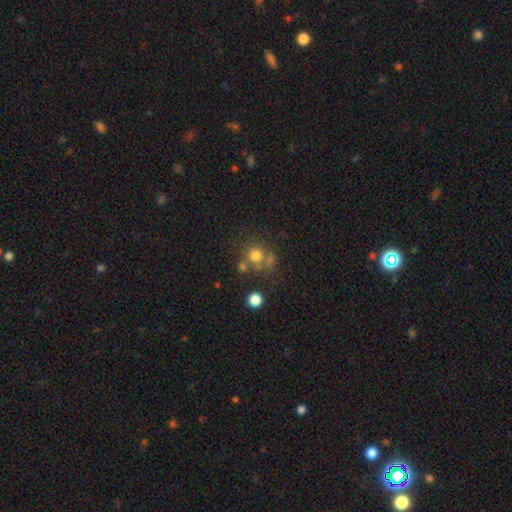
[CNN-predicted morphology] The model was most divided on "merging": none: 59%, merger: 24%, minor disturbance: 11%, major disturbance: 6%. More confident: how rounded — round (87%); smooth or featured — smooth (71%).